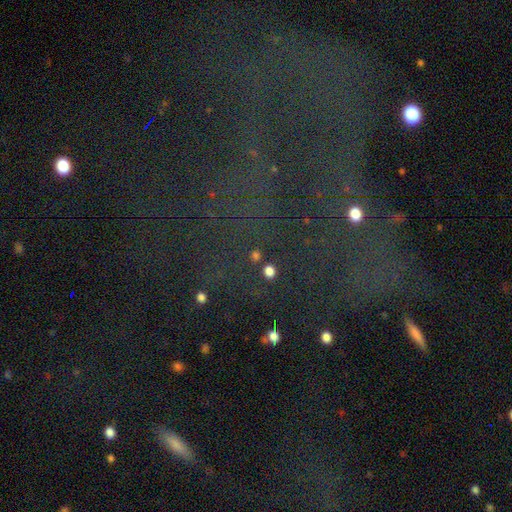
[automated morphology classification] Smooth or featured: star or artifact — 60% (smooth — 31%)